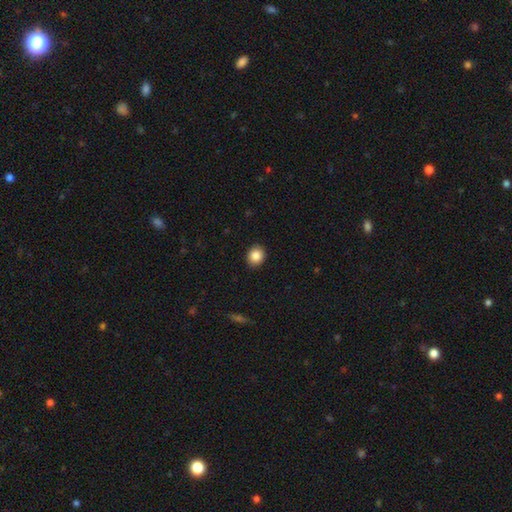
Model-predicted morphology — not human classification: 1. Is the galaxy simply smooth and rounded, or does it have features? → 86% smooth, 9% star or artifact, 5% featured or disk.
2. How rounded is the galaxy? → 65% round, 34% in between, 1% cigar-shaped.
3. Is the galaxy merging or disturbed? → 90% none, 7% minor disturbance, 2% major disturbance, 1% merger.